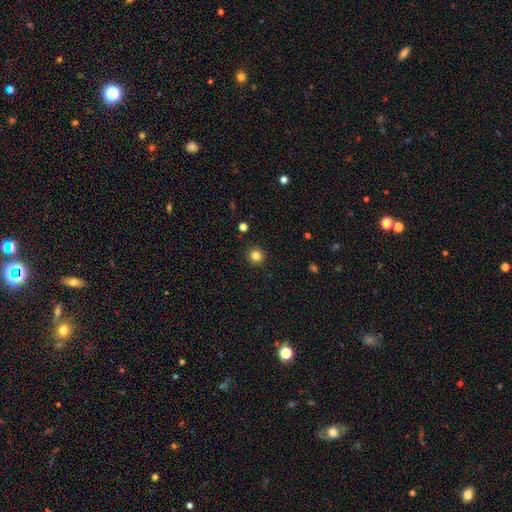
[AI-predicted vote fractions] The model was most divided on "smooth or featured": smooth: 82%, star or artifact: 13%, featured or disk: 5%. More confident: how rounded — round (94%); merging — none (92%).